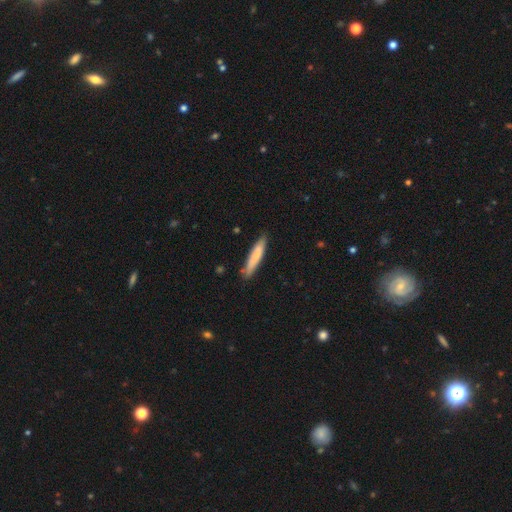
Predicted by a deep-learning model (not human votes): Overall: smooth (75%). How rounded: cigar-shaped (90%). Merging: none (83%).